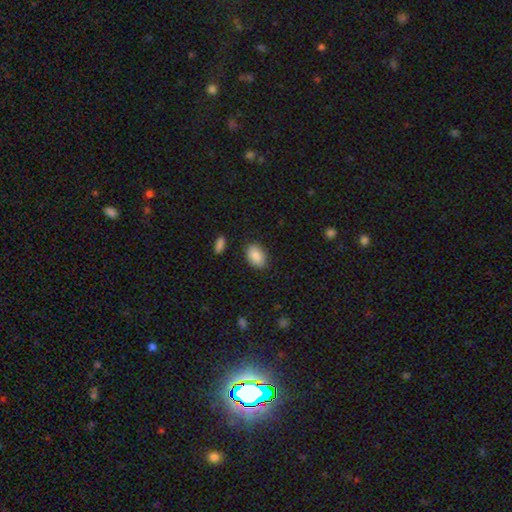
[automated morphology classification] A smooth galaxy with no disk features (89%) that is in between round and cigar-shaped (87%).

Vote fractions:
- Smooth or featured? smooth: 89% / star or artifact: 7% / featured or disk: 4%
- How rounded? in between: 87% / round: 12% / cigar-shaped: 1%
- Merging? none: 84% / minor disturbance: 11% / major disturbance: 3% / merger: 2%